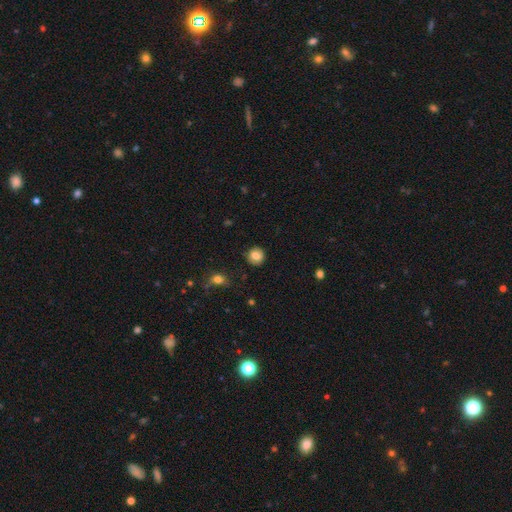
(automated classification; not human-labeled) Smooth or featured?
  - smooth: 82% *
  - star or artifact: 9%
  - featured or disk: 9%
How rounded?
  - round: 89% *
  - in between: 10%
  - cigar-shaped: 1%
Merging?
  - none: 88% *
  - minor disturbance: 8%
  - major disturbance: 2%
  - merger: 1%